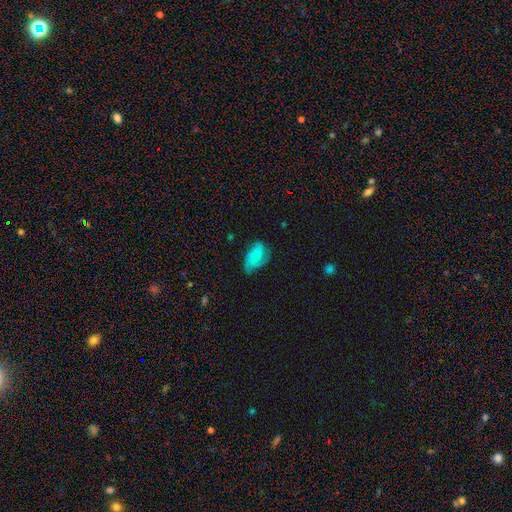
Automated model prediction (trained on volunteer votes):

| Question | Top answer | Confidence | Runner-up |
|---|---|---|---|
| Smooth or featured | featured or disk | 60% | smooth (32%) |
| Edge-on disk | no | 97% | yes (3%) |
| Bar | no | 73% | weak (23%) |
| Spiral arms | yes | 90% | no (10%) |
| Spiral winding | medium | 43% | tight (35%) |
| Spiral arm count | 2 | 39% | 3 (28%) |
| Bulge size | small | 66% | moderate (20%) |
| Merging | none | 54% | minor disturbance (30%) |